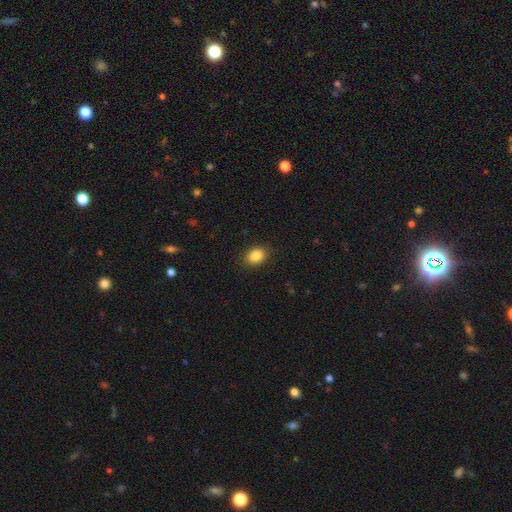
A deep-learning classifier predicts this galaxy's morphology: smooth-or-featured: smooth: 87% | star or artifact: 9% | featured or disk: 4%
  how-rounded: in between: 70% | round: 29% | cigar-shaped: 1%
  merging: none: 88% | minor disturbance: 9% | major disturbance: 2% | merger: 1%